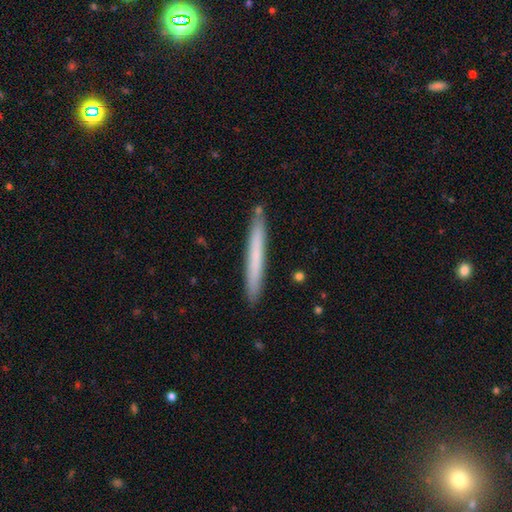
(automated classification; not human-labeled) smooth 65%, featured or disk 29%, star or artifact 6%. Down the decision tree: how rounded — cigar-shaped (97%); merging — none (89%).